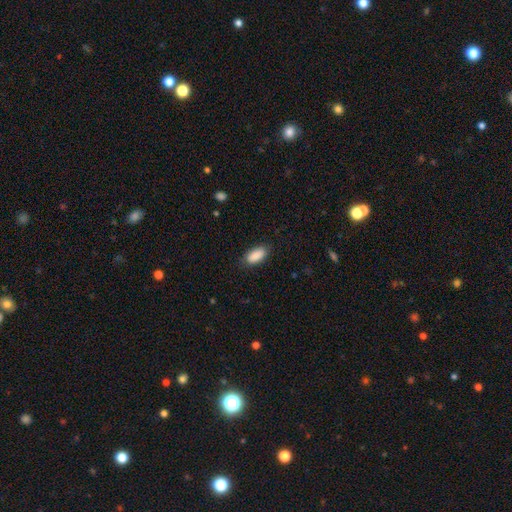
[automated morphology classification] Overall: smooth (90%). How rounded: in between (87%). Merging: none (83%).